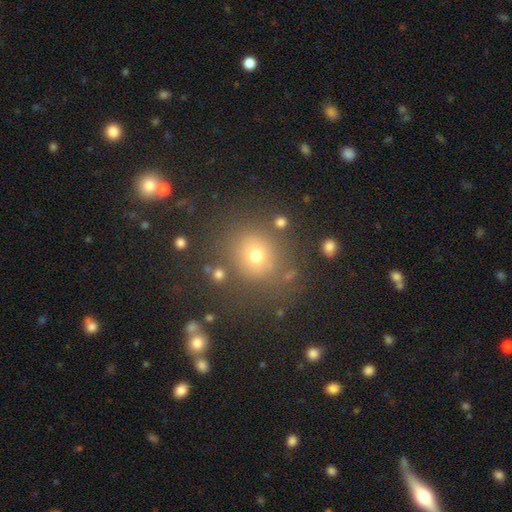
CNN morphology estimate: smooth-or-featured: smooth: 69% | star or artifact: 21% | featured or disk: 10%
  how-rounded: round: 87% | in between: 12% | cigar-shaped: 1%
  merging: none: 80% | minor disturbance: 10% | major disturbance: 5% | merger: 5%